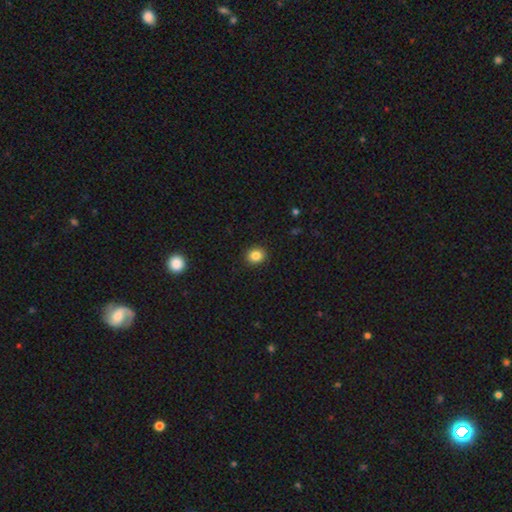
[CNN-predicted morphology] The model was most divided on "how rounded": round: 76%, in between: 23%, cigar-shaped: 1%. More confident: merging — none (91%); smooth or featured — smooth (85%).